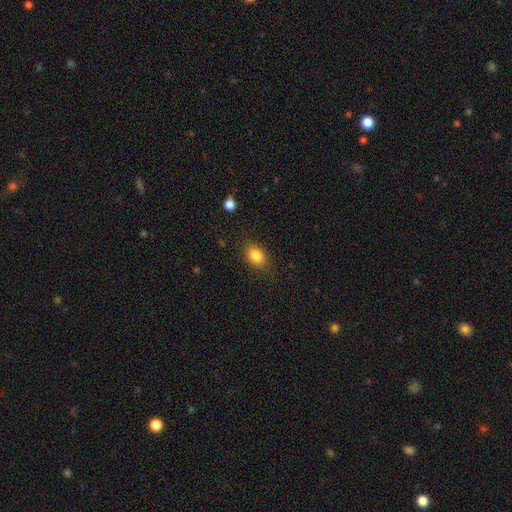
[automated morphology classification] The model was most divided on "how rounded": in between: 73%, round: 25%, cigar-shaped: 1%. More confident: smooth or featured — smooth (85%); merging — none (82%).